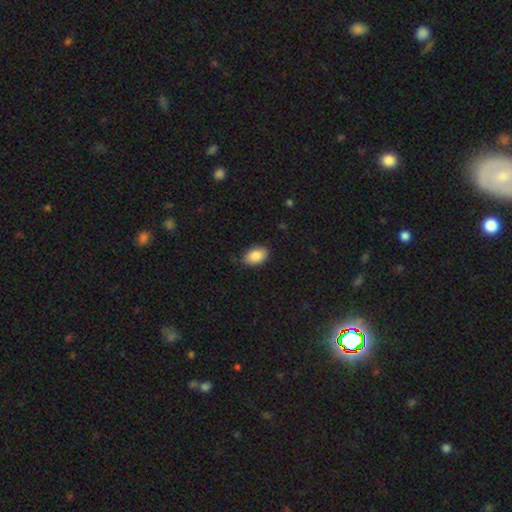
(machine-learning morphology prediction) Smooth or featured? smooth (87%)
How rounded? in between (90%)
Merging? none (81%)